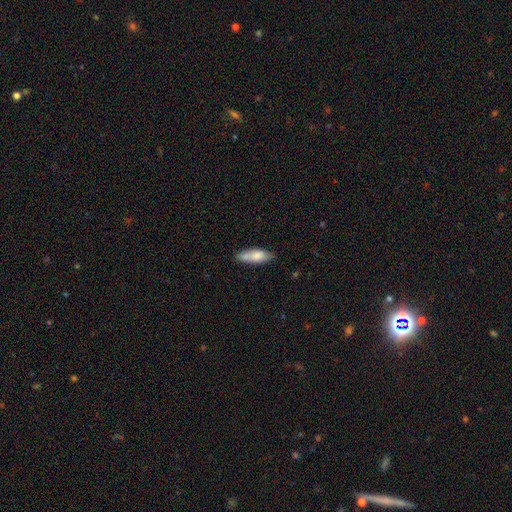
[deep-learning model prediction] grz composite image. It shows a smooth galaxy with no disk features (75%) that is in between round and cigar-shaped (59%). Merging: none (64%).